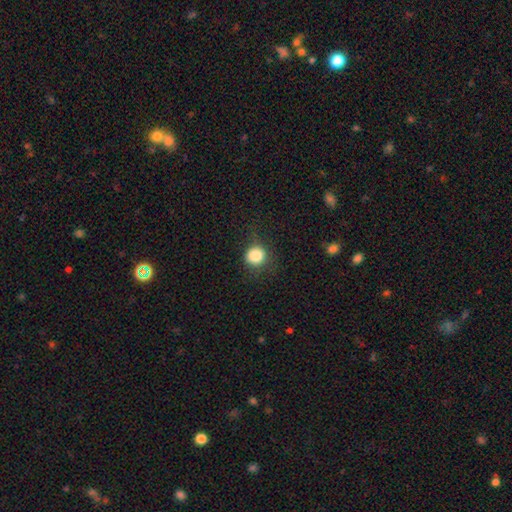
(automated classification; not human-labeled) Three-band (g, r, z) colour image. It shows a smooth galaxy with no disk features (85%) that is round (87%). Merging: none (70%).